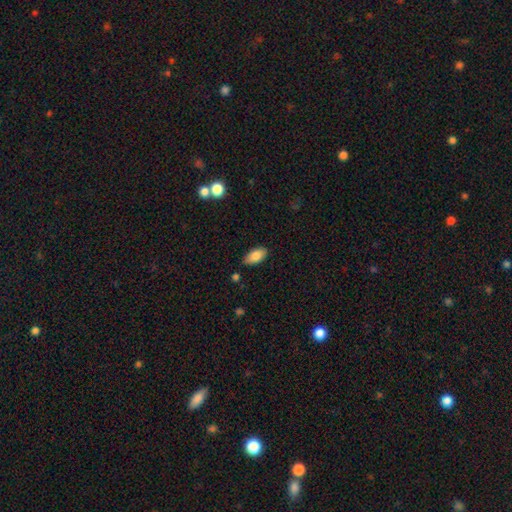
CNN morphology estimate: This appears to be a smooth galaxy with no disk features (83%) that is in between round and cigar-shaped (92%). Merging: none (81%).